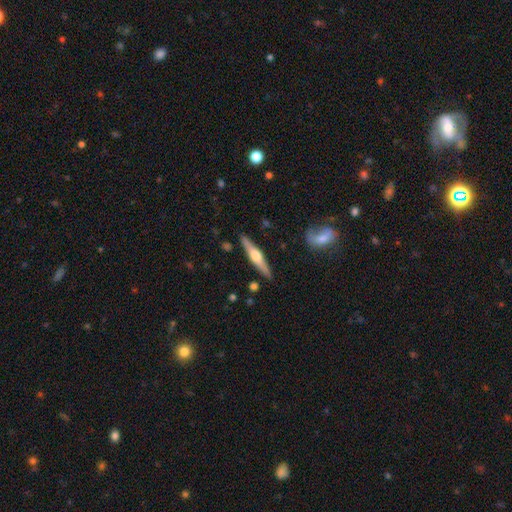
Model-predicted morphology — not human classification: A featured or disk galaxy (66%) viewed edge-on (97%) with a rounded central bulge (91%). Merging: none (89%).